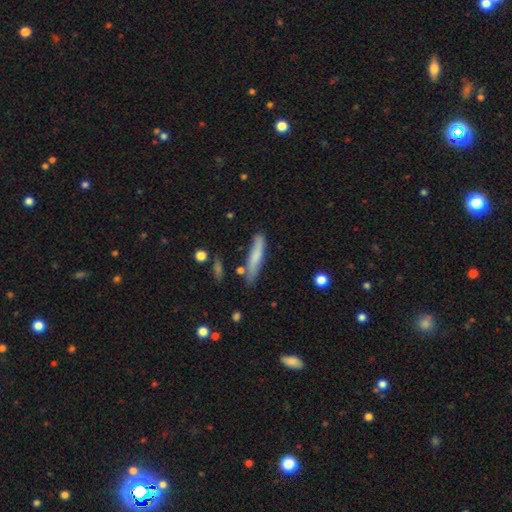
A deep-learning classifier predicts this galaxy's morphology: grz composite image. It shows a smooth galaxy with no disk features (73%) that is cigar-shaped (85%). Merging: none (73%).